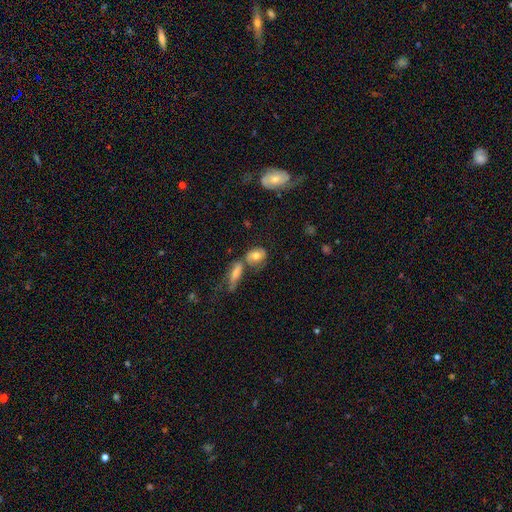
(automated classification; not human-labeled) Smooth or featured? smooth (70%)
How rounded? in between (73%)
Merging? none (47%)